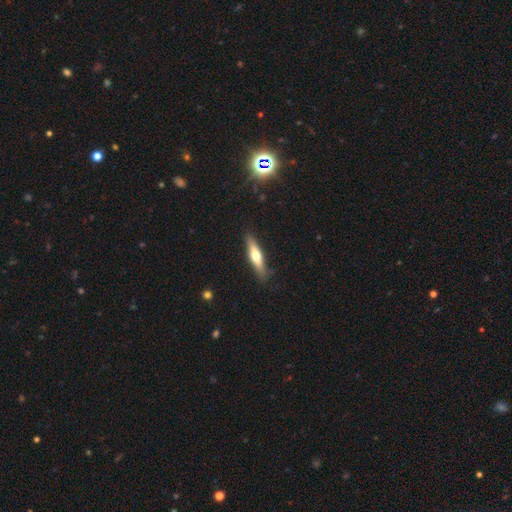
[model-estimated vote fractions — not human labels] Overall: featured or disk (48%; smooth 46%). Merging: none (87%).